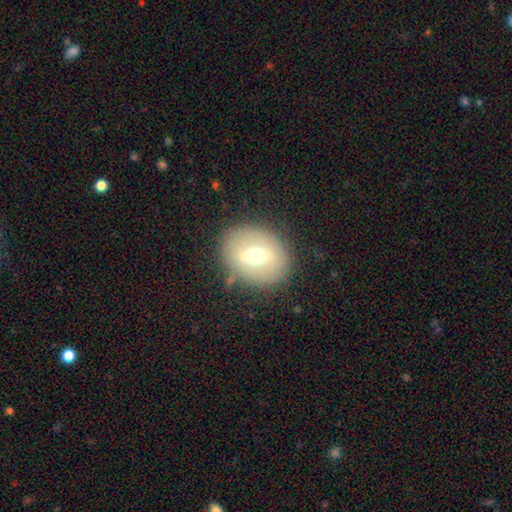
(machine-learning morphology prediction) Q: Smooth or featured?
A: featured or disk (50%); runner-up: smooth (41%)
Q: Merging?
A: none (81%); runner-up: minor disturbance (12%)